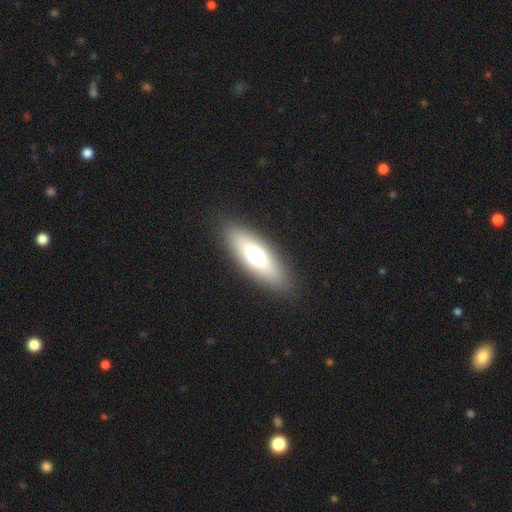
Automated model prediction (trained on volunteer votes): This is likely a smooth galaxy (62%). How rounded: likely in between (63%). Merging: clearly none (88%).